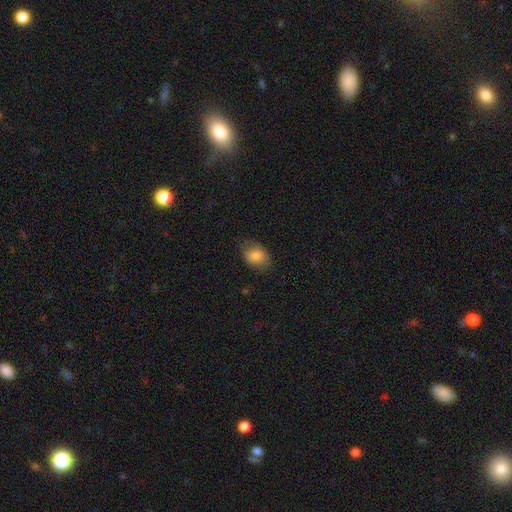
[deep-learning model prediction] Overall: smooth (82%). How rounded: in between (68%; round 31%). Merging: none (72%).